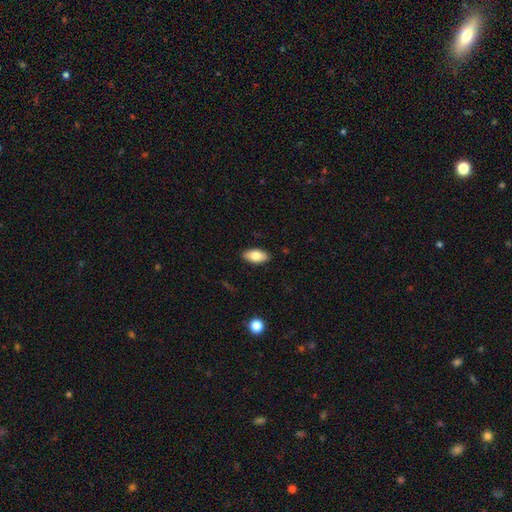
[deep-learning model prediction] Smooth or featured? Predicted: smooth (p=0.81). How rounded? Predicted: in between (p=0.91). Merging? Predicted: none (p=0.89).